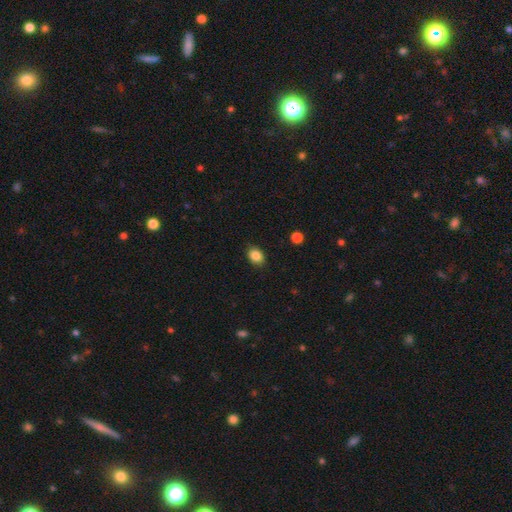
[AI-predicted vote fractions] Smooth or featured: smooth — 86% (star or artifact — 10%)
How rounded: in between — 63% (round — 36%)
Merging: none — 87% (minor disturbance — 9%)